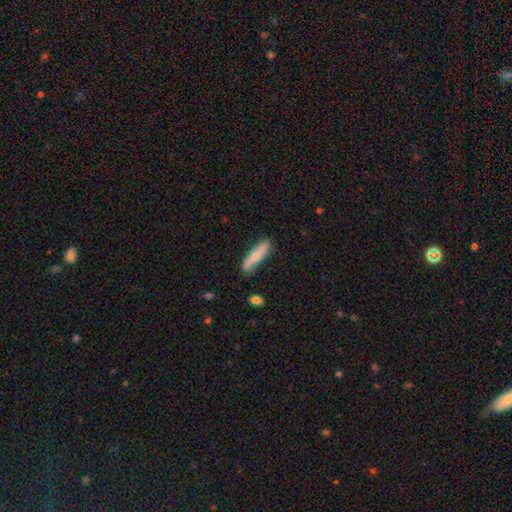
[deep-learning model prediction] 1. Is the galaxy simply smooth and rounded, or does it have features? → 55% smooth, 40% featured or disk, 6% star or artifact.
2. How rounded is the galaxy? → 66% cigar-shaped, 31% in between, 2% round.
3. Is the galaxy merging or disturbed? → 76% none, 18% minor disturbance, 3% major disturbance, 2% merger.